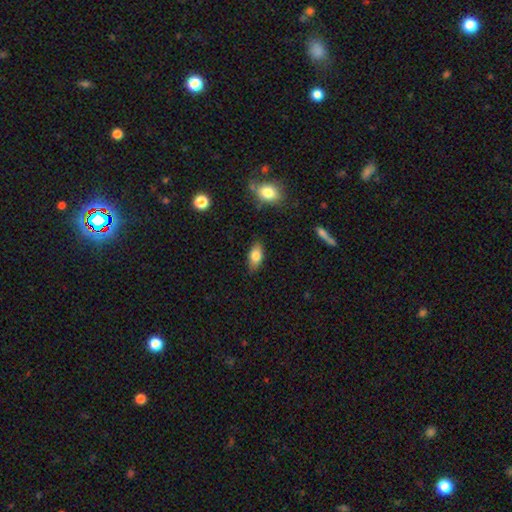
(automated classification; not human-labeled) Smooth or featured?
  - smooth: 77% *
  - featured or disk: 15%
  - star or artifact: 8%
How rounded?
  - in between: 87% *
  - cigar-shaped: 8%
  - round: 5%
Merging?
  - none: 84% *
  - minor disturbance: 12%
  - major disturbance: 3%
  - merger: 1%